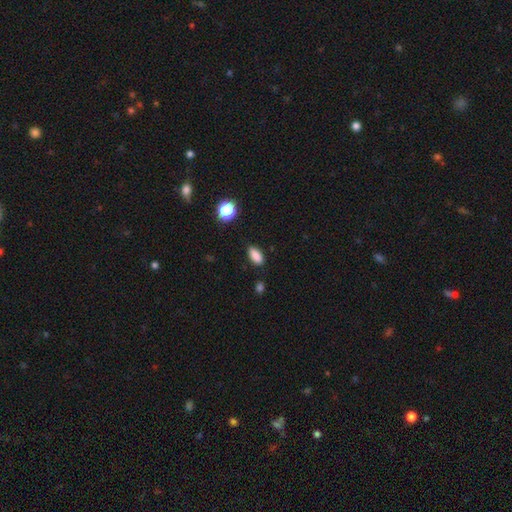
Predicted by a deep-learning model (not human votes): A smooth galaxy with no disk features (86%) that is in between round and cigar-shaped (86%).

Vote fractions:
- Smooth or featured? smooth: 86% / star or artifact: 10% / featured or disk: 4%
- How rounded? in between: 86% / cigar-shaped: 9% / round: 5%
- Merging? none: 86% / minor disturbance: 11% / major disturbance: 2% / merger: 1%